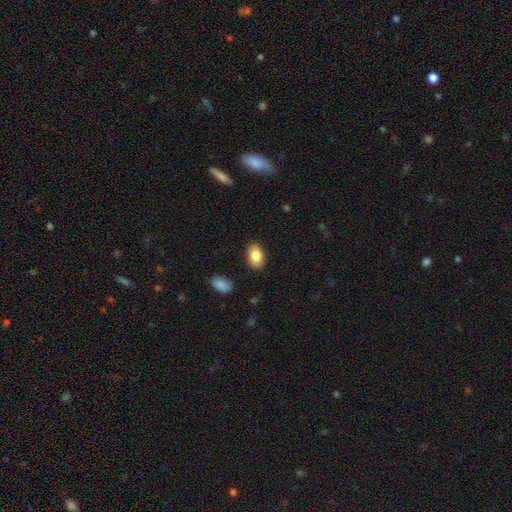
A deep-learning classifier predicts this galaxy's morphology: A smooth galaxy with no disk features (84%) that is in between round and cigar-shaped (92%). Merging: none (87%).